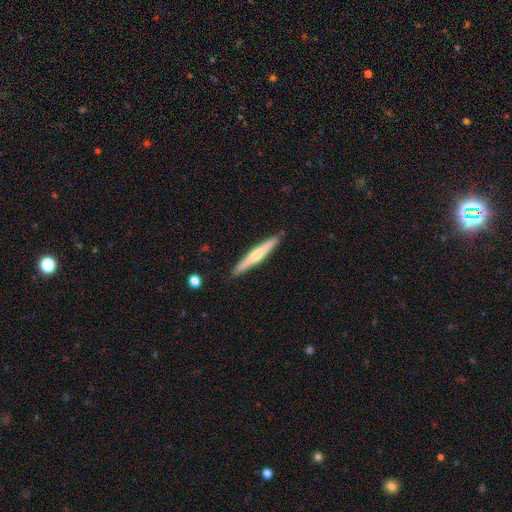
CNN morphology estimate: Smooth or featured?
  - featured or disk: 56% *
  - smooth: 39%
  - star or artifact: 5%
Edge-on disk?
  - yes: 97% *
  - no: 3%
Edge-on bulge?
  - rounded: 72% *
  - none: 20%
  - boxy: 8%
Merging?
  - none: 91% *
  - minor disturbance: 7%
  - major disturbance: 1%
  - merger: 1%